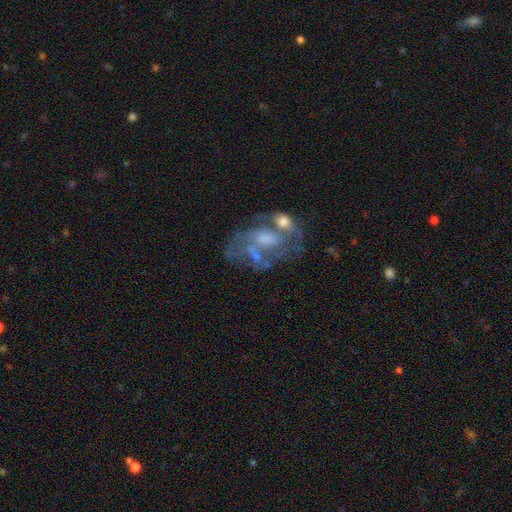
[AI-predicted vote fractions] featured or disk 68%, smooth 21%, star or artifact 10%. Down the decision tree: edge-on disk — no (97%); bar — no (71%); spiral arms — no (57%); bulge size — moderate (37%); merging — merger (39%).